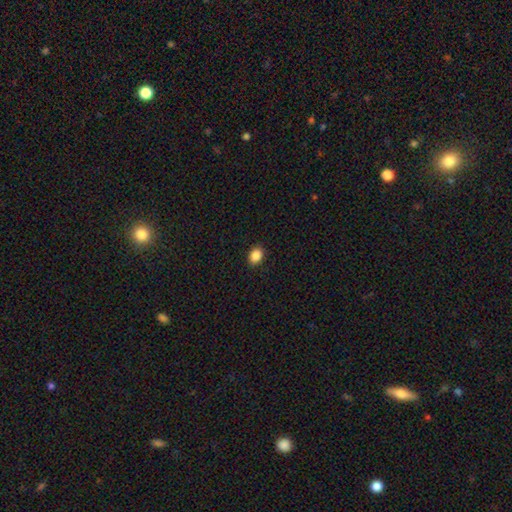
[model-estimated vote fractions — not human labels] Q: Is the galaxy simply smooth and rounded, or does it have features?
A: smooth — 87%.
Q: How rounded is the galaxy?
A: in between — 61%.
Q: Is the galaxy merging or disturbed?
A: none — 91%.